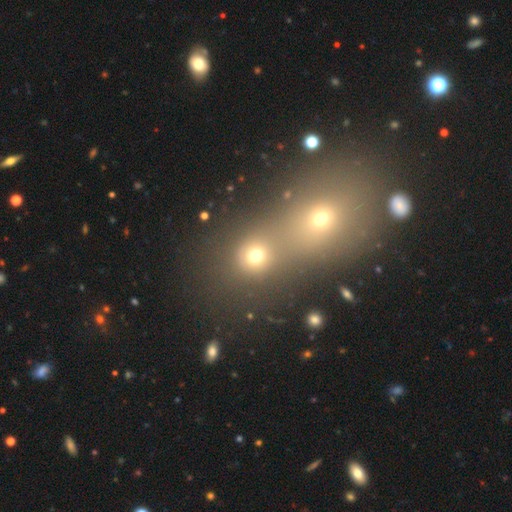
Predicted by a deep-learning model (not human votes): Q: Smooth or featured?
A: smooth (70%); runner-up: star or artifact (19%)
Q: How rounded?
A: round (75%); runner-up: in between (23%)
Q: Merging?
A: none (45%); runner-up: merger (42%)